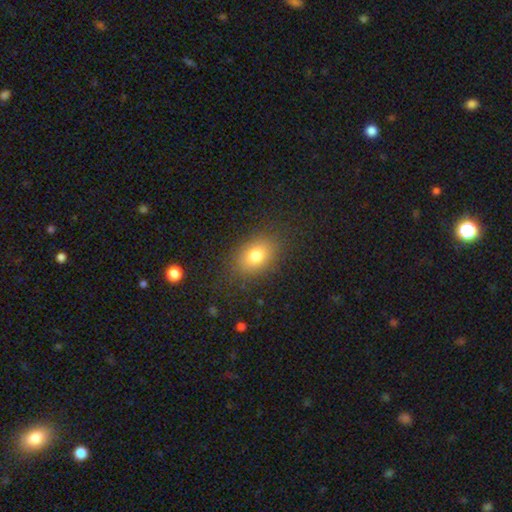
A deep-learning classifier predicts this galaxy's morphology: Smooth or featured? smooth (77%)
How rounded? in between (77%)
Merging? none (83%)